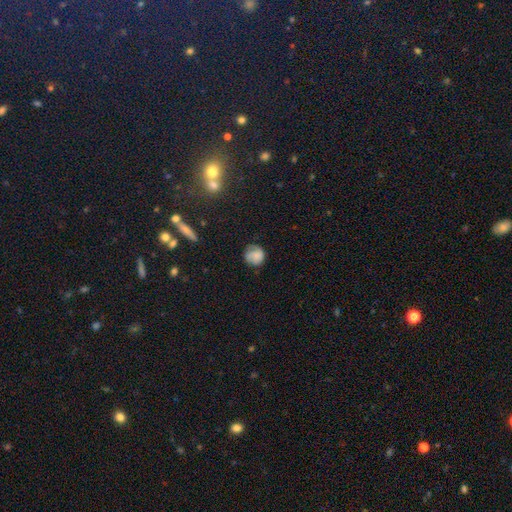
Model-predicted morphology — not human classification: smooth-or-featured: smooth: 76% | featured or disk: 15% | star or artifact: 9%
  how-rounded: round: 85% | in between: 14% | cigar-shaped: 1%
  merging: none: 65% | minor disturbance: 26% | major disturbance: 8% | merger: 2%